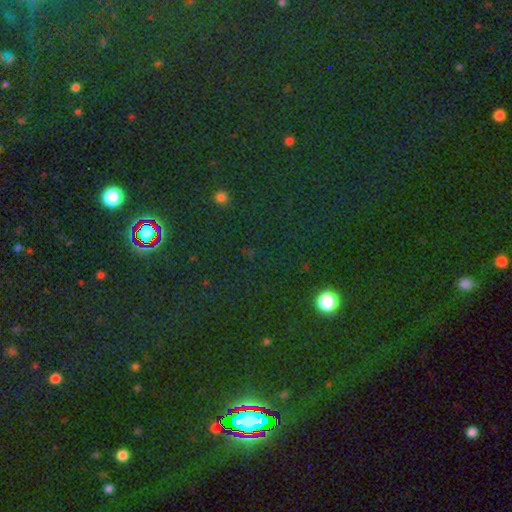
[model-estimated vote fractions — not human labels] smooth_or_featured: star or artifact (p=0.77) [alt: smooth p=0.14]